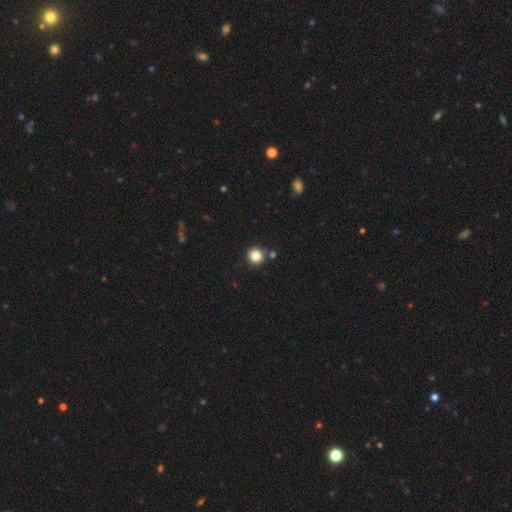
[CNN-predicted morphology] smooth_or_featured: smooth (p=0.83) [alt: star or artifact p=0.11]
how_rounded: round (p=0.93) [alt: in between p=0.06]
merging: none (p=0.85) [alt: minor disturbance p=0.07]